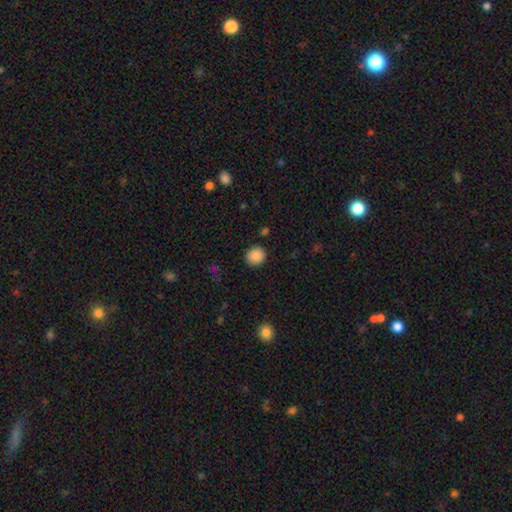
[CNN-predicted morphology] smooth_or_featured: smooth (p=0.88) [alt: star or artifact p=0.09]
how_rounded: round (p=0.91) [alt: in between p=0.08]
merging: none (p=0.90) [alt: minor disturbance p=0.06]